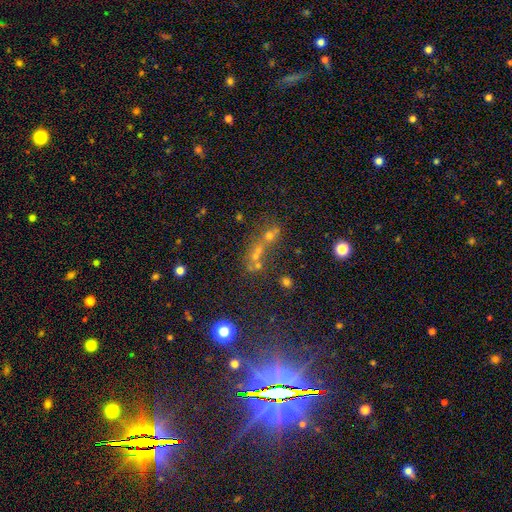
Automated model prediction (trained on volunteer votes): This appears to be a smooth galaxy with no disk features (40%). Merging: merger (47%).